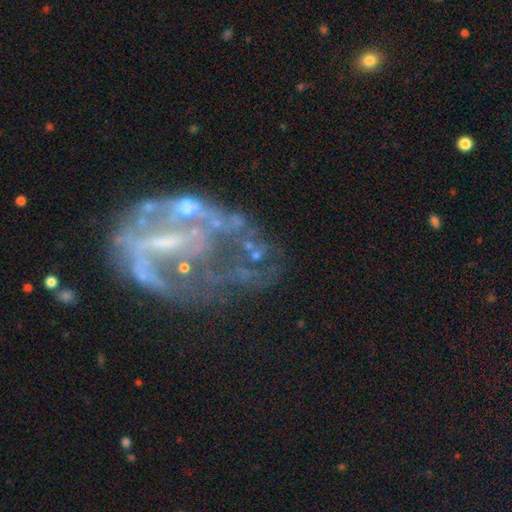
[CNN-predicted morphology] type=featured or disk (60%); edge-on=no (95%); bar=no (68%); spiral arms=no (56%); bulge=none (43%); merging=none (38%).